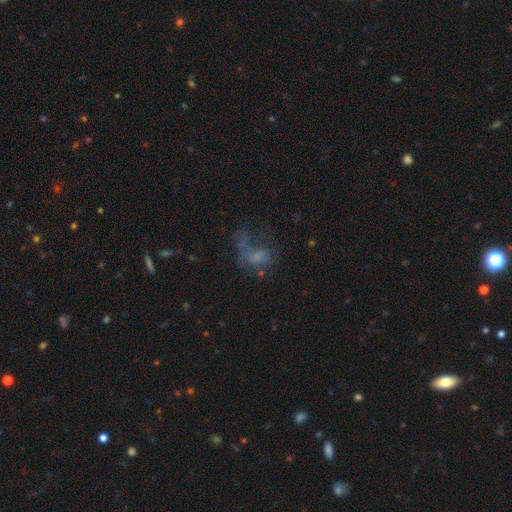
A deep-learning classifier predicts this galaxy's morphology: This is marginally a smooth galaxy (43%). Merging: marginally major disturbance (44%).